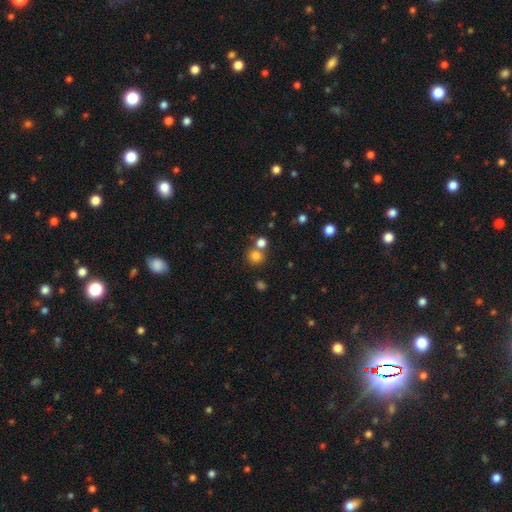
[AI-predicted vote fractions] smooth 80%, star or artifact 14%, featured or disk 6%. Down the decision tree: how rounded — round (88%); merging — none (65%).